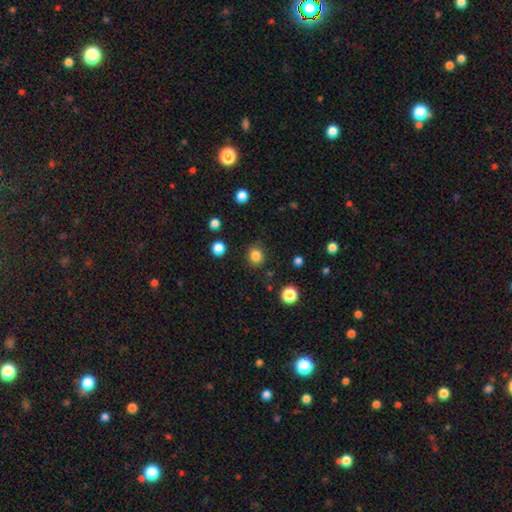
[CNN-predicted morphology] Smooth or featured? Predicted: smooth (p=0.84). How rounded? Predicted: round (p=0.81). Merging? Predicted: none (p=0.87).